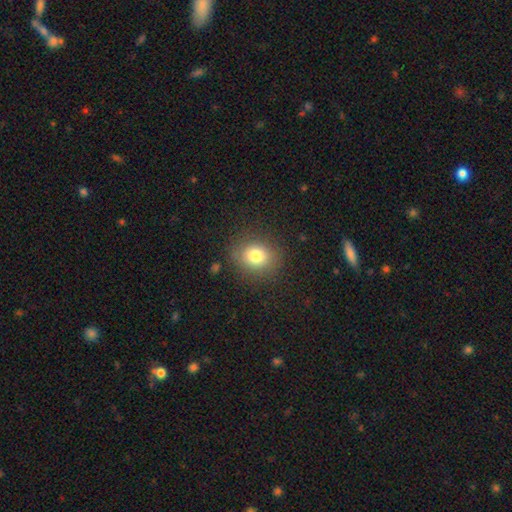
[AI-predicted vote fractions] This appears to be a smooth galaxy with no disk features (79%) that is round (66%). Merging: none (85%).